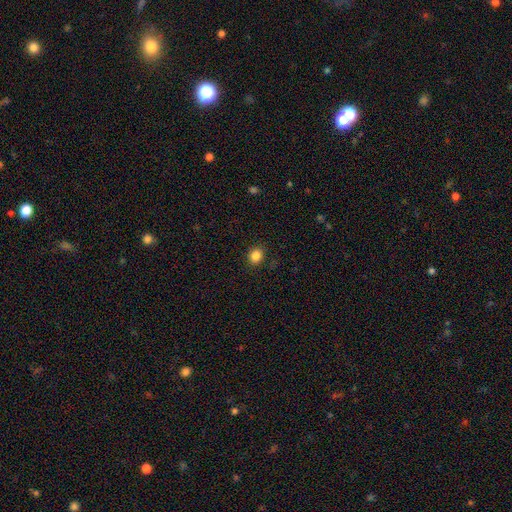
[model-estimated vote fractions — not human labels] This appears to be a smooth galaxy with no disk features (85%) that is round (67%). Merging: none (89%).